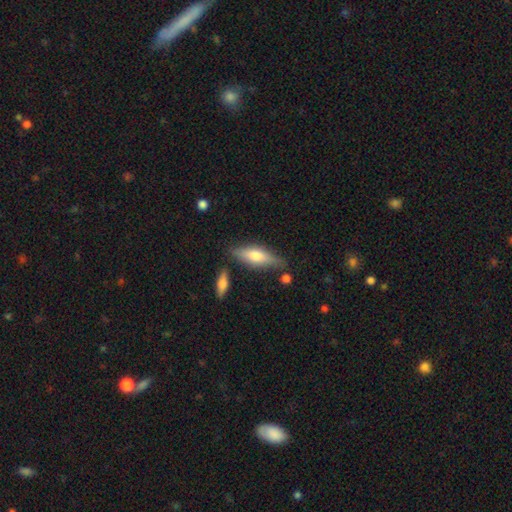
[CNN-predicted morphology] This appears to be a smooth galaxy with no disk features (51%) that is cigar-shaped (56%). Merging: none (75%).